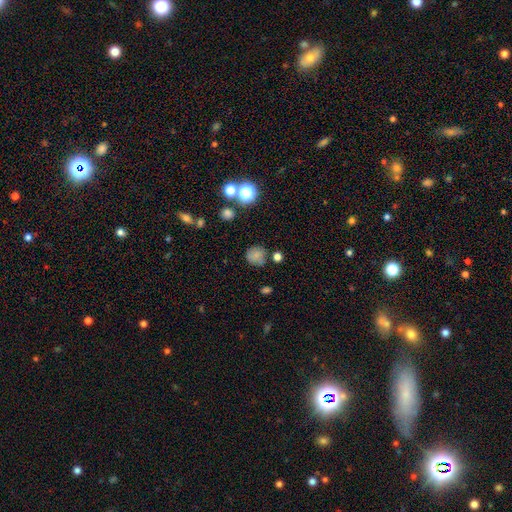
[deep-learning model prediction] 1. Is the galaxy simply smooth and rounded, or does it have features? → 76% smooth, 15% star or artifact, 9% featured or disk.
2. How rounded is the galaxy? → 86% round, 13% in between, 1% cigar-shaped.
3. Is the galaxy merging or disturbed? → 73% none, 17% minor disturbance, 6% merger, 5% major disturbance.